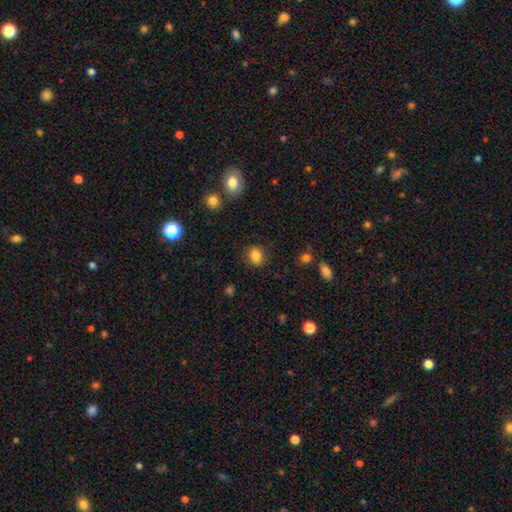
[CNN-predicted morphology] smooth 84%, star or artifact 10%, featured or disk 6%. Down the decision tree: how rounded — in between (52%); merging — none (86%).